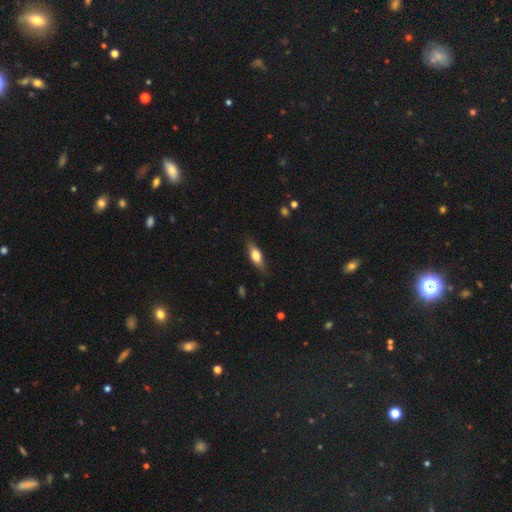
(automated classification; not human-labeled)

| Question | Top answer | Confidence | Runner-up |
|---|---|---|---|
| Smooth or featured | smooth | 56% | featured or disk (38%) |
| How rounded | in between | 59% | cigar-shaped (37%) |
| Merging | none | 82% | minor disturbance (14%) |